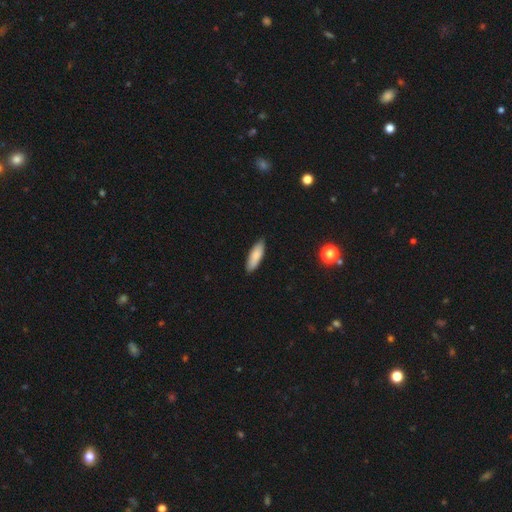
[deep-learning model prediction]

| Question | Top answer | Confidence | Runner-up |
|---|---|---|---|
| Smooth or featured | smooth | 83% | featured or disk (11%) |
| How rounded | in between | 57% | cigar-shaped (41%) |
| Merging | none | 86% | minor disturbance (11%) |